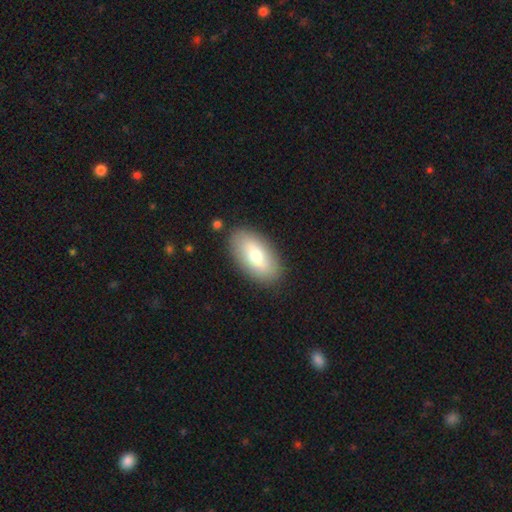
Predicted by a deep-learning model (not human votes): smooth 72%, featured or disk 21%, star or artifact 7%. Down the decision tree: how rounded — in between (92%); merging — none (86%).